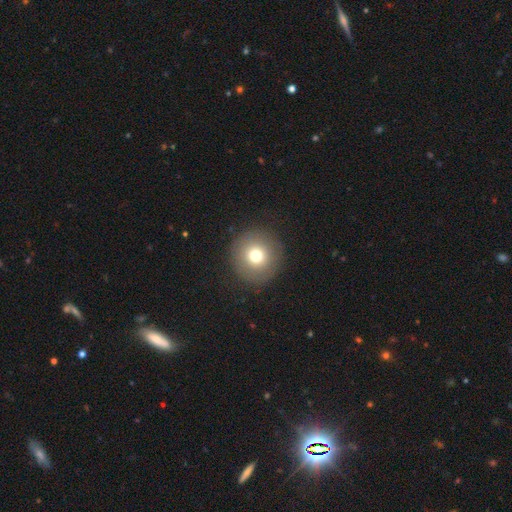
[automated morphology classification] This is likely a smooth galaxy (75%). How rounded: clearly round (96%). Merging: clearly none (90%).